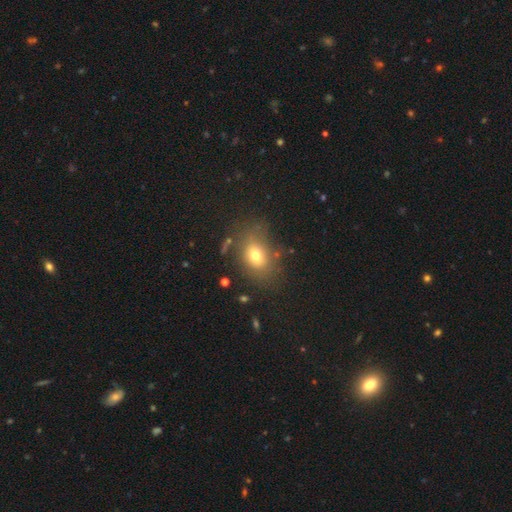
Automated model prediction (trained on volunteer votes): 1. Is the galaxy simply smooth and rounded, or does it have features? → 71% smooth, 15% featured or disk, 14% star or artifact.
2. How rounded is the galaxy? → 64% in between, 35% round, 1% cigar-shaped.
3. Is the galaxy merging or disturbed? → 72% none, 16% minor disturbance, 9% major disturbance, 3% merger.